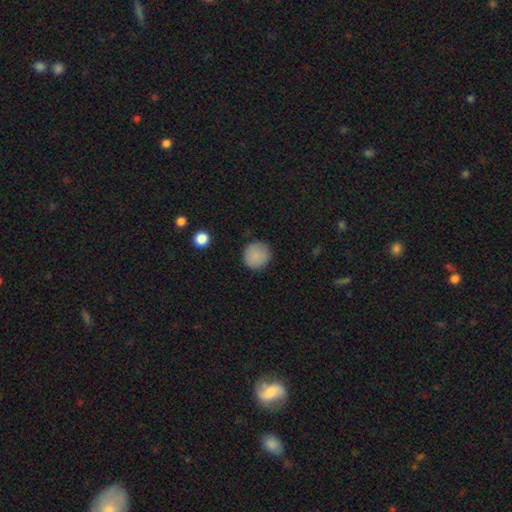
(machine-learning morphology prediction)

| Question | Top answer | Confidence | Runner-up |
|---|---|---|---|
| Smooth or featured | smooth | 87% | star or artifact (8%) |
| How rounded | round | 94% | in between (5%) |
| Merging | none | 86% | minor disturbance (10%) |